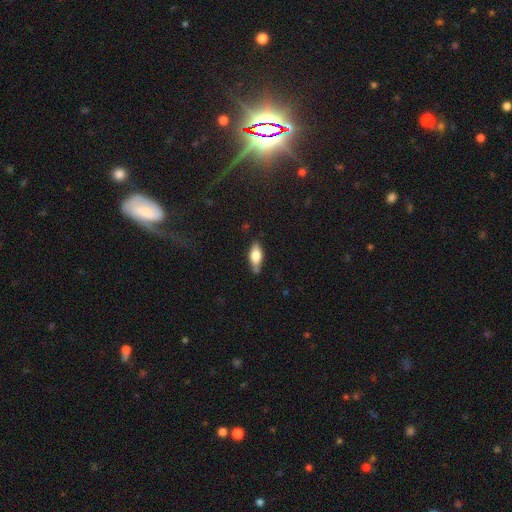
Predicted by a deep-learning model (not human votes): smooth-or-featured: smooth: 65% | featured or disk: 28% | star or artifact: 7%
  how-rounded: in between: 76% | cigar-shaped: 21% | round: 3%
  merging: none: 76% | minor disturbance: 19% | major disturbance: 4% | merger: 2%